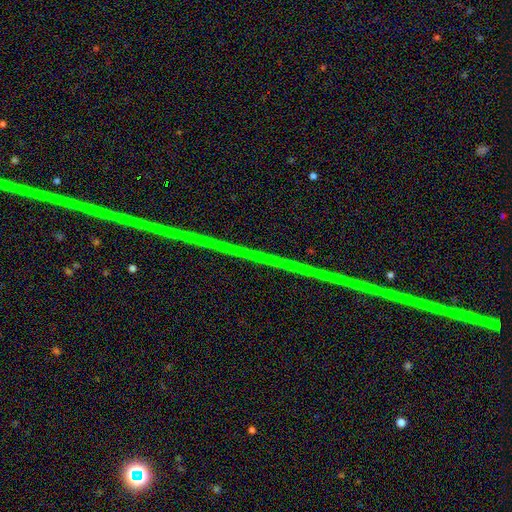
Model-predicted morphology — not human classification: This appears to be a star or artifact, not a galaxy (80%).